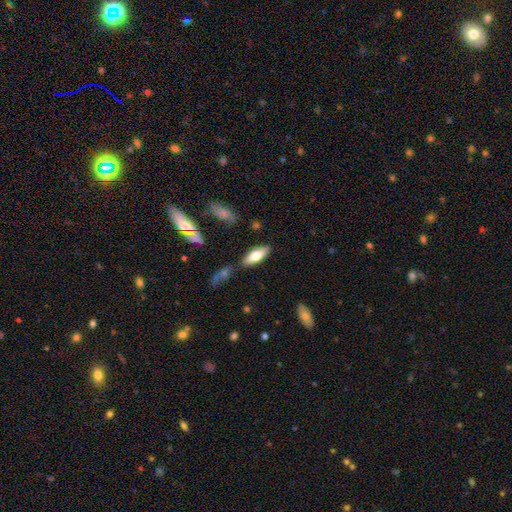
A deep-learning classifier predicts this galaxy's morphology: This appears to be a smooth galaxy with no disk features (70%) that is in between round and cigar-shaped (68%). Merging: none (81%).